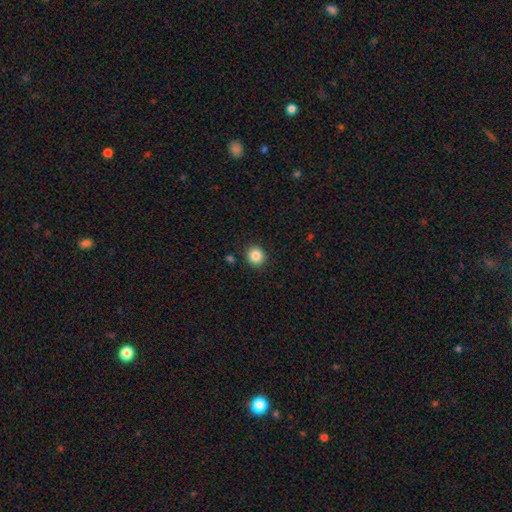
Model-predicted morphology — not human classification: This appears to be a smooth galaxy with no disk features (85%) that is round (90%). Merging: none (90%).